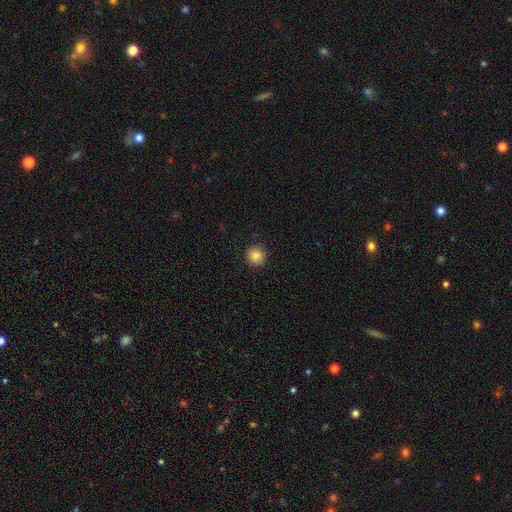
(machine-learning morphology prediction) smooth-or-featured: smooth: 86% | star or artifact: 10% | featured or disk: 4%
  how-rounded: round: 94% | in between: 5% | cigar-shaped: 1%
  merging: none: 92% | minor disturbance: 6% | major disturbance: 2% | merger: 1%